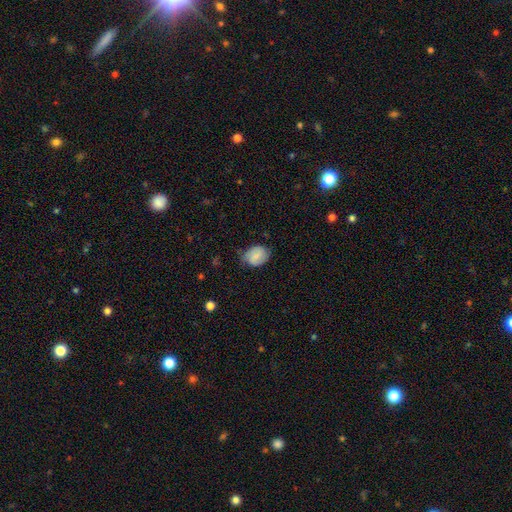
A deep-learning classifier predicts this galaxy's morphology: Q: Smooth or featured?
A: smooth (66%); runner-up: featured or disk (26%)
Q: How rounded?
A: in between (56%); runner-up: round (43%)
Q: Merging?
A: none (61%); runner-up: minor disturbance (30%)